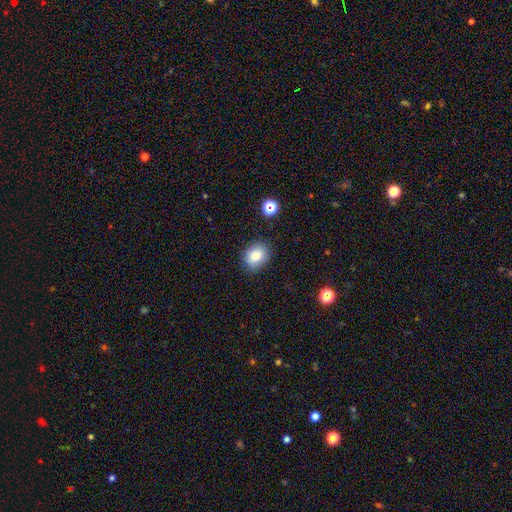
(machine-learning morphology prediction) Smooth or featured?
  - smooth: 79% *
  - star or artifact: 11%
  - featured or disk: 10%
How rounded?
  - round: 56% *
  - in between: 43%
  - cigar-shaped: 1%
Merging?
  - none: 85% *
  - minor disturbance: 11%
  - major disturbance: 3%
  - merger: 2%